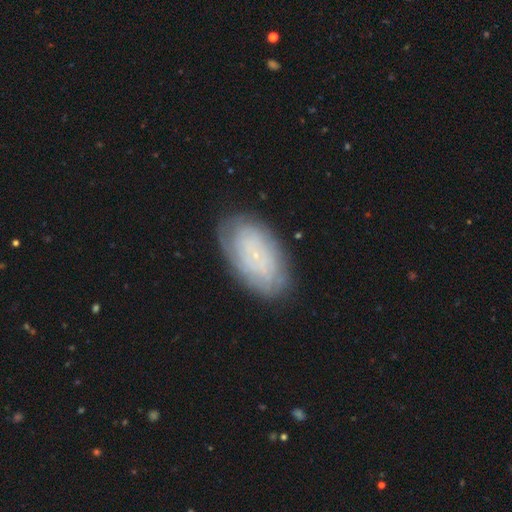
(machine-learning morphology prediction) featured or disk 59%, smooth 33%, star or artifact 8%. Down the decision tree: edge-on disk — no (95%); bar — no (83%); spiral arms — yes (77%); bulge size — small (86%); merging — none (77%).